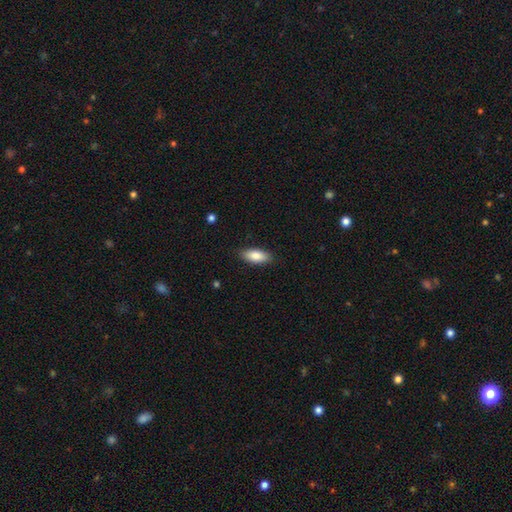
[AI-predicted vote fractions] Overall: smooth (84%). How rounded: in between (81%). Merging: none (86%).